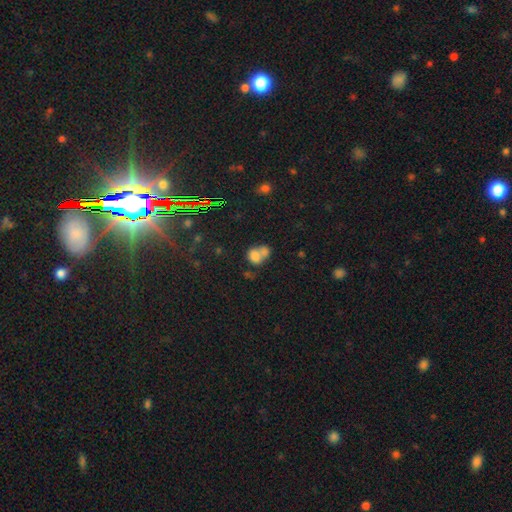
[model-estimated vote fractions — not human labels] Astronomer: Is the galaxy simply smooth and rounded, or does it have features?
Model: smooth — 74%.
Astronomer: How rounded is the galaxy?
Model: in between — 52% (runner-up: round, 46%).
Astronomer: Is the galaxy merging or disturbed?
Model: merger — 64%.